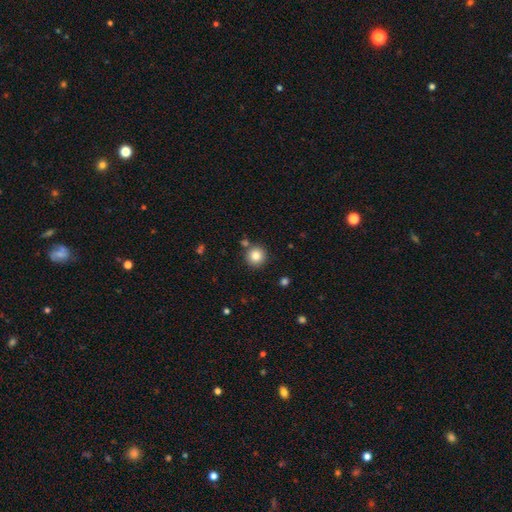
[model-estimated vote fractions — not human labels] A smooth galaxy with no disk features (84%) that is round (94%).

Vote fractions:
- Smooth or featured? smooth: 84% / star or artifact: 10% / featured or disk: 6%
- How rounded? round: 94% / in between: 5% / cigar-shaped: 1%
- Merging? none: 83% / minor disturbance: 7% / merger: 7% / major disturbance: 2%